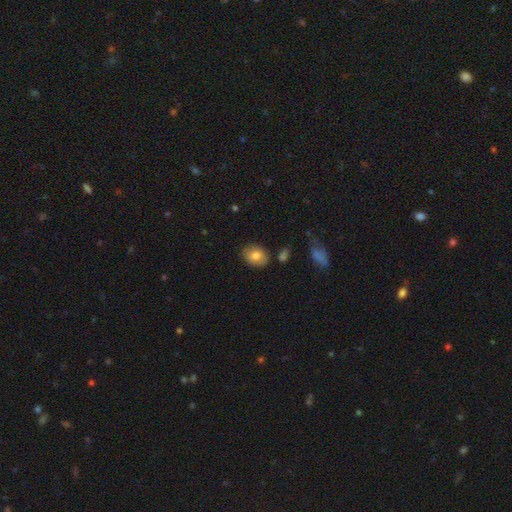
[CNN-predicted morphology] This appears to be a smooth galaxy with no disk features (79%) that is in between round and cigar-shaped (61%). Merging: none (81%).